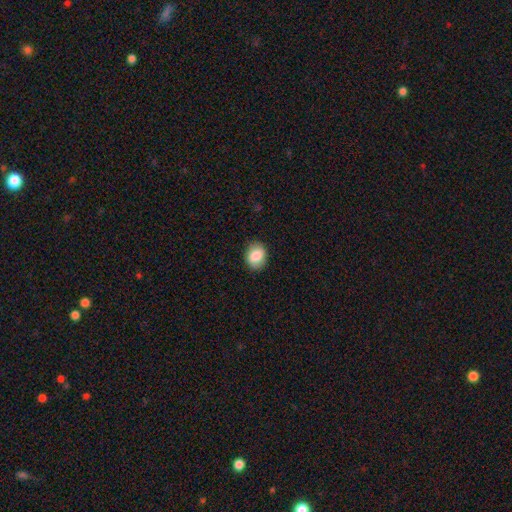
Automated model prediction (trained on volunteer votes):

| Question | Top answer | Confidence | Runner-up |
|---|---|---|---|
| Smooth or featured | smooth | 85% | star or artifact (8%) |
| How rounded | in between | 52% | round (47%) |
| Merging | none | 88% | minor disturbance (9%) |